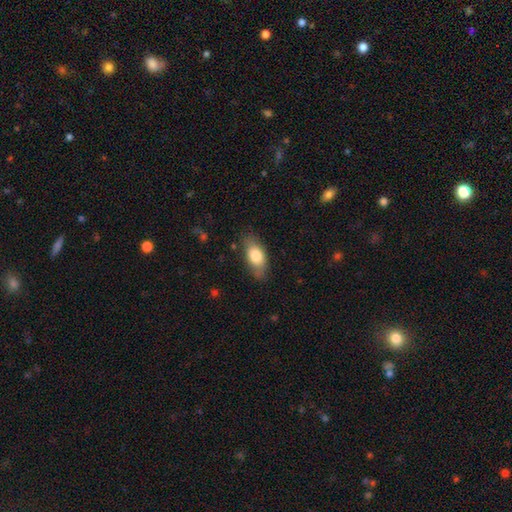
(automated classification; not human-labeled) Q: Smooth or featured?
A: smooth (77%); runner-up: featured or disk (16%)
Q: How rounded?
A: in between (88%); runner-up: cigar-shaped (8%)
Q: Merging?
A: none (77%); runner-up: minor disturbance (18%)